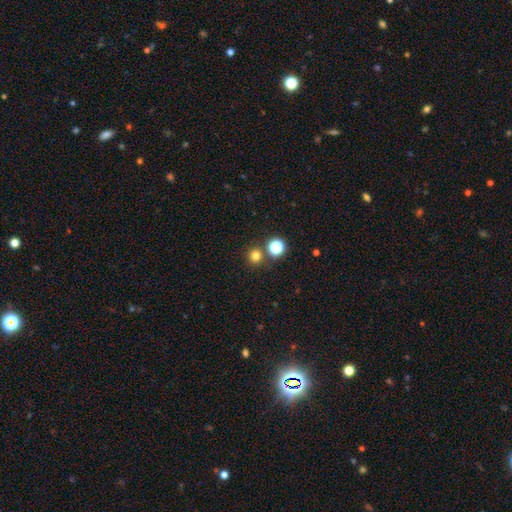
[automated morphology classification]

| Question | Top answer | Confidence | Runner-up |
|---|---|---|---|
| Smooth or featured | smooth | 76% | star or artifact (19%) |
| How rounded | round | 94% | in between (5%) |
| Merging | none | 82% | merger (10%) |